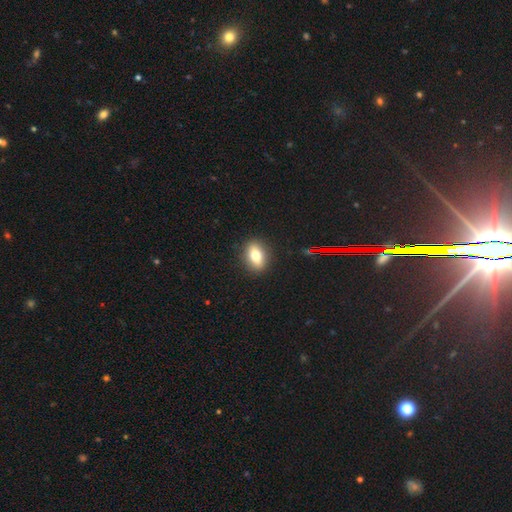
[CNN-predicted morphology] type=smooth (72%); roundness=in between (76%); merging=none (89%).